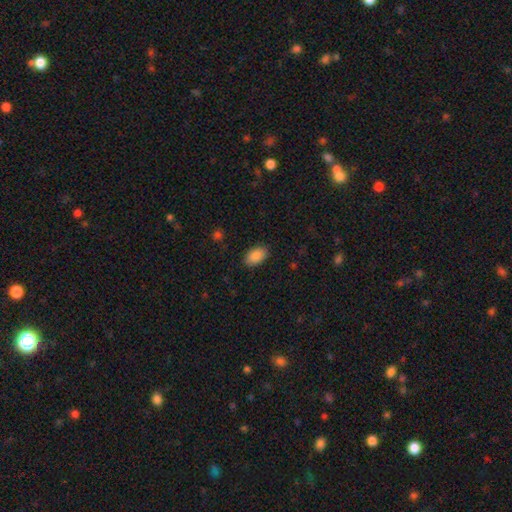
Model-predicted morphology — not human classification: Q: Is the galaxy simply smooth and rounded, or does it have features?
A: smooth — 88%.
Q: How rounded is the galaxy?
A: in between — 92%.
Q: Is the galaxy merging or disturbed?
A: none — 87%.